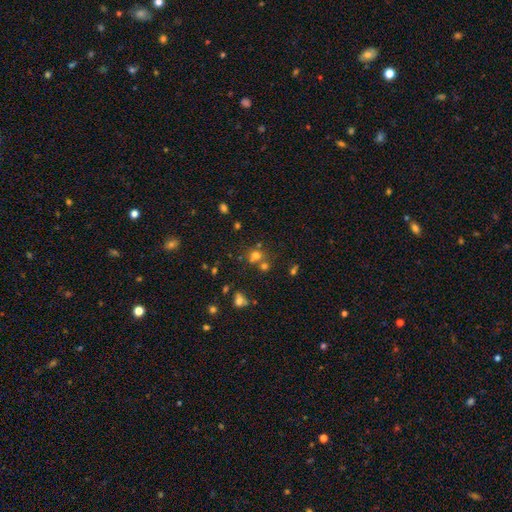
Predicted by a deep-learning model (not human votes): smooth 64%, star or artifact 25%, featured or disk 11%. Down the decision tree: how rounded — round (79%); merging — none (52%).